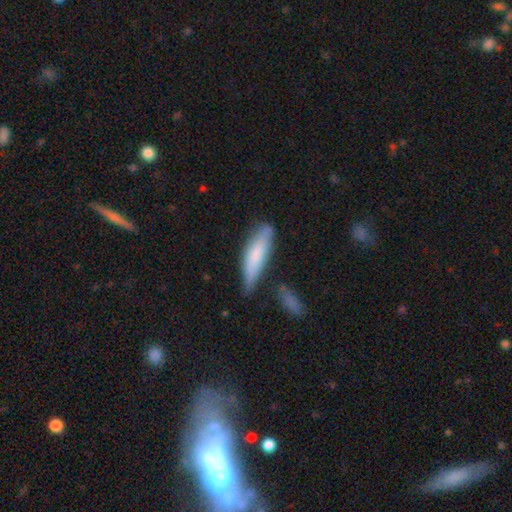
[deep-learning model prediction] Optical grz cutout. It shows a smooth galaxy with no disk features (73%) that is cigar-shaped (65%). Merging: none (57%).